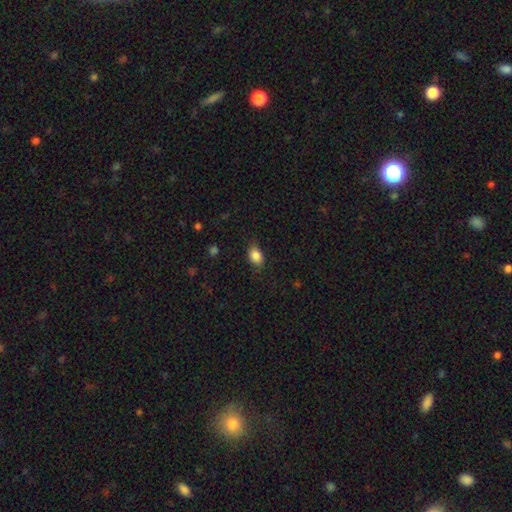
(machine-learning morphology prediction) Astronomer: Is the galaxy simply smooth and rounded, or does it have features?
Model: smooth — 86%.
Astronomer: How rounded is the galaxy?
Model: in between — 80%.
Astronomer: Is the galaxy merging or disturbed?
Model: none — 80%.